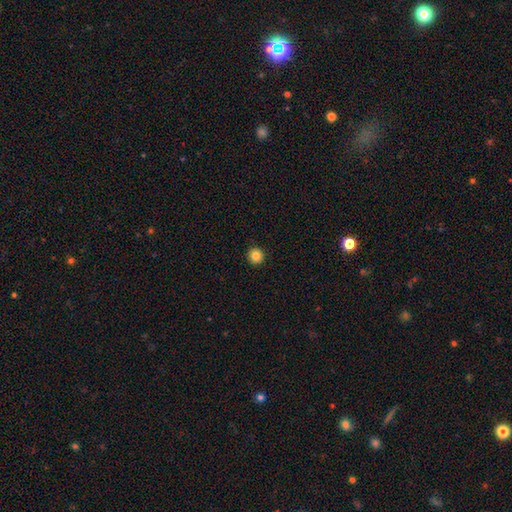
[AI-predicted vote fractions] Q: Smooth or featured?
A: smooth (84%); runner-up: star or artifact (11%)
Q: How rounded?
A: round (93%); runner-up: in between (6%)
Q: Merging?
A: none (93%); runner-up: minor disturbance (4%)